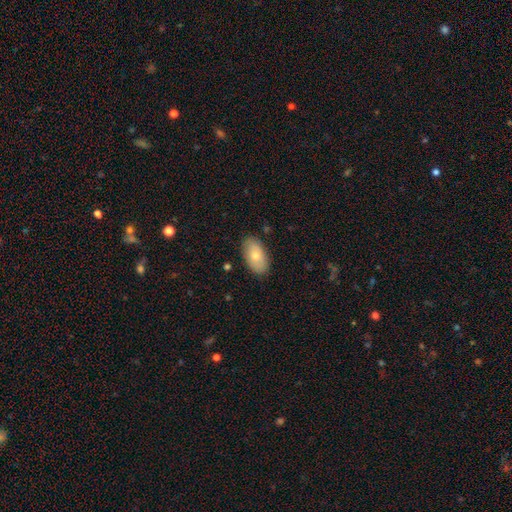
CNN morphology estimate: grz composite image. It shows a smooth galaxy with no disk features (73%) that is in between round and cigar-shaped (94%). Merging: none (85%).